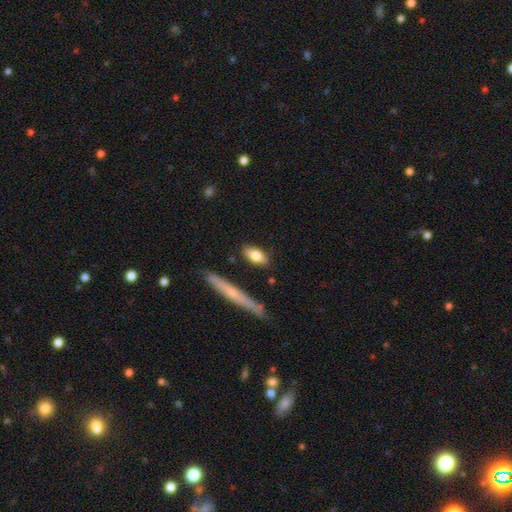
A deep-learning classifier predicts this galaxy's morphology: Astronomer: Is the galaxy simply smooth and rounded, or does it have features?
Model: smooth — 76%.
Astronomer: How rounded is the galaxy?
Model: in between — 80%.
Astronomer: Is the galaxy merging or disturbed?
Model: none — 81%.